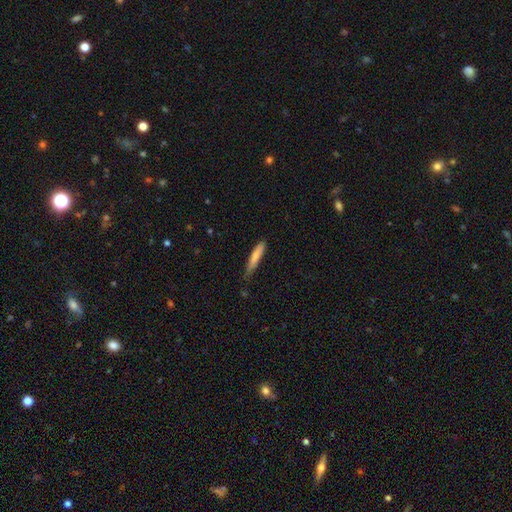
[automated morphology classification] Smooth or featured? smooth (78%)
How rounded? cigar-shaped (89%)
Merging? none (69%)